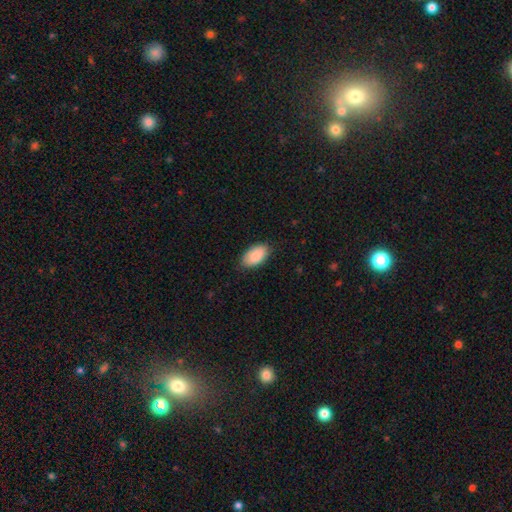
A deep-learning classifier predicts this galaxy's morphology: A smooth galaxy with no disk features (89%) that is in between round and cigar-shaped (95%). Merging: none (84%).